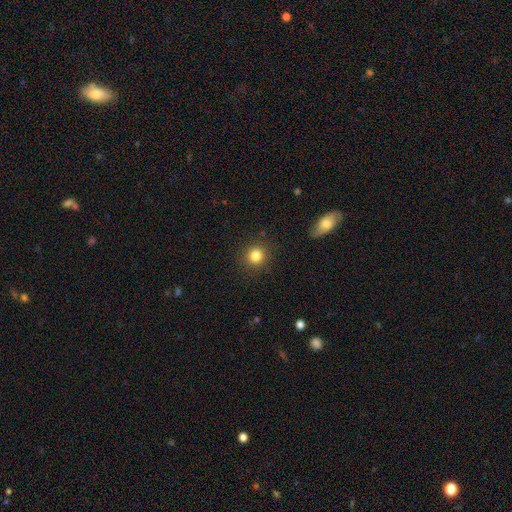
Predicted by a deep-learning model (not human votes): A smooth galaxy with no disk features (83%) that is round (90%). Merging: none (89%).